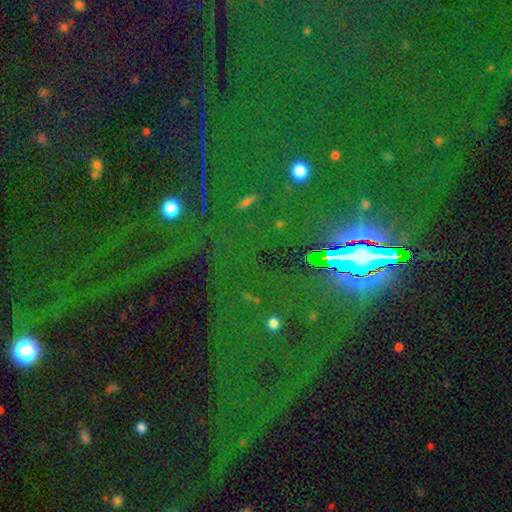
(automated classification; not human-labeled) The model was most divided on "smooth or featured": star or artifact: 85%, smooth: 7%, featured or disk: 7%.